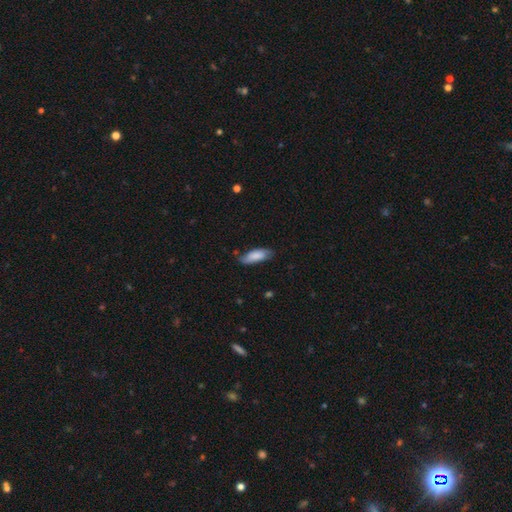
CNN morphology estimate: type=smooth (76%); roundness=in between (71%); merging=none (67%).